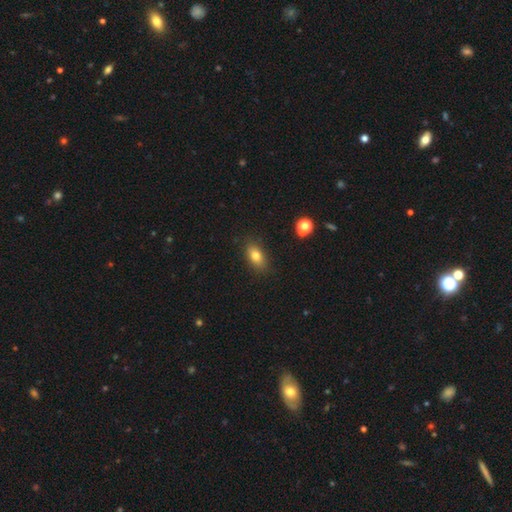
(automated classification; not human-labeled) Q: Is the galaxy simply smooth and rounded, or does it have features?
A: smooth — 78%.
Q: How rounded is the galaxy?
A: in between — 84%.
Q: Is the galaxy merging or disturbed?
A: none — 84%.